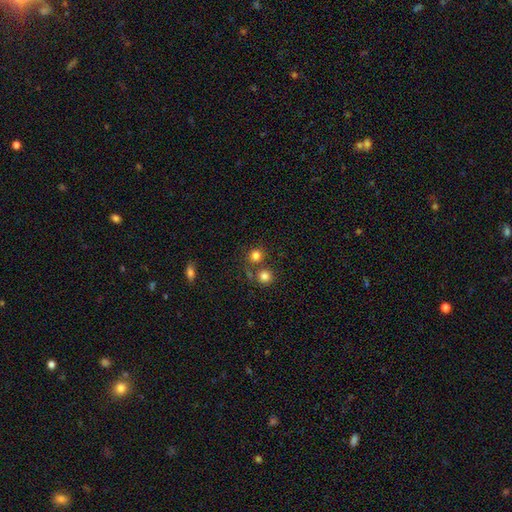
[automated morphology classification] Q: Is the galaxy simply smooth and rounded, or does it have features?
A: smooth — 79%.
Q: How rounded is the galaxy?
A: round — 88%.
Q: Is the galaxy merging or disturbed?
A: none — 67%.